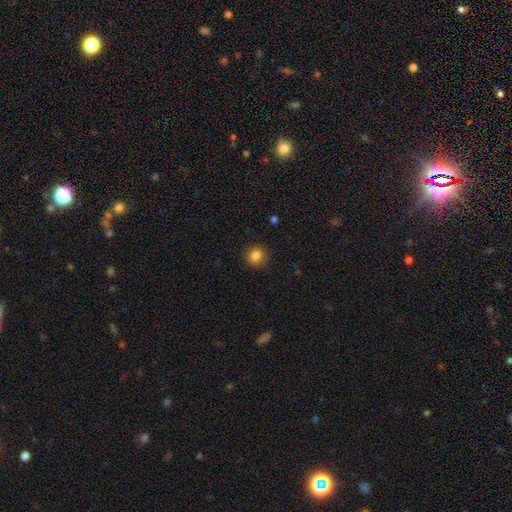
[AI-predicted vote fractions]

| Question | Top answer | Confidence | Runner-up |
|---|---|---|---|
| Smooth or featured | smooth | 84% | star or artifact (11%) |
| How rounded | round | 87% | in between (12%) |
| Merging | none | 86% | minor disturbance (10%) |